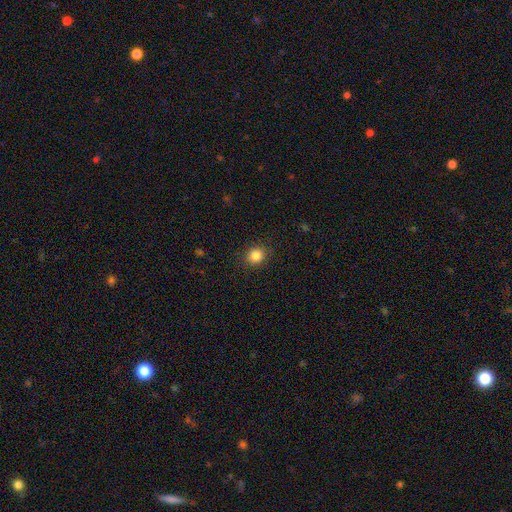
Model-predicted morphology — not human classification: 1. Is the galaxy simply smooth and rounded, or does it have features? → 86% smooth, 10% star or artifact, 4% featured or disk.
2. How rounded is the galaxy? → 80% round, 19% in between, 1% cigar-shaped.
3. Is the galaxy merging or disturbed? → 88% none, 8% minor disturbance, 3% major disturbance, 1% merger.